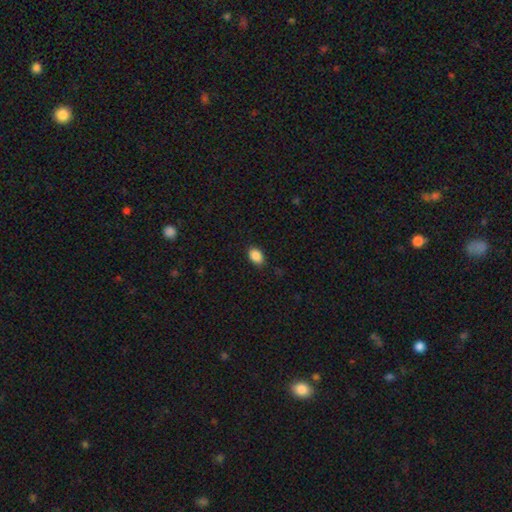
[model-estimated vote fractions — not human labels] Smooth or featured? Predicted: smooth (p=0.88). How rounded? Predicted: in between (p=0.82). Merging? Predicted: none (p=0.86).